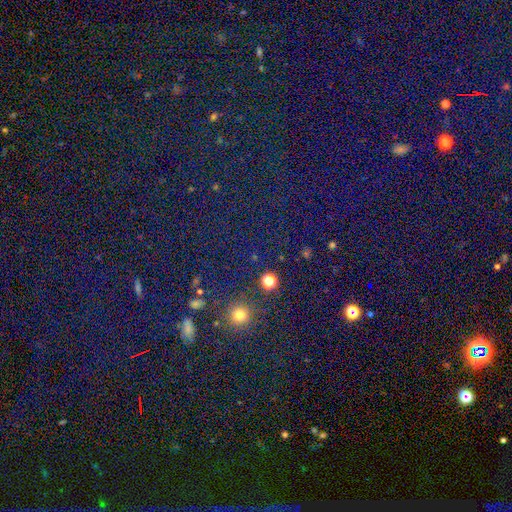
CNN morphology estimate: The model was most divided on "smooth or featured": star or artifact: 72%, smooth: 20%, featured or disk: 8%.